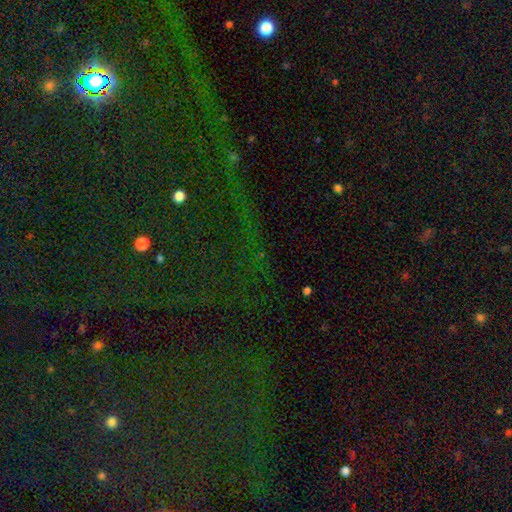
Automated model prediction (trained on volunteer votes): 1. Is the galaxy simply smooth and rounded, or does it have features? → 77% star or artifact, 13% smooth, 10% featured or disk.